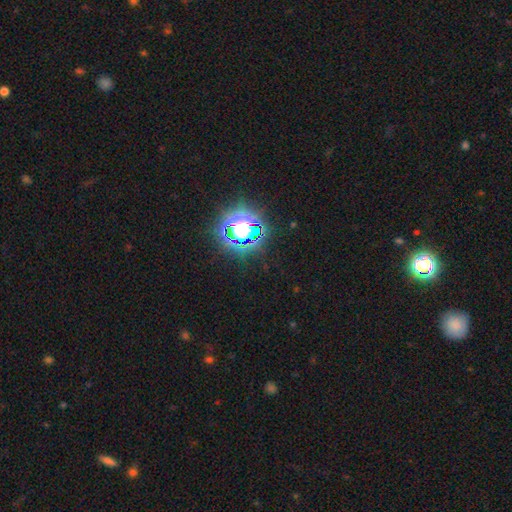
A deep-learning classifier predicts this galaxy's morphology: Q: Smooth or featured?
A: star or artifact (81%); runner-up: smooth (12%)